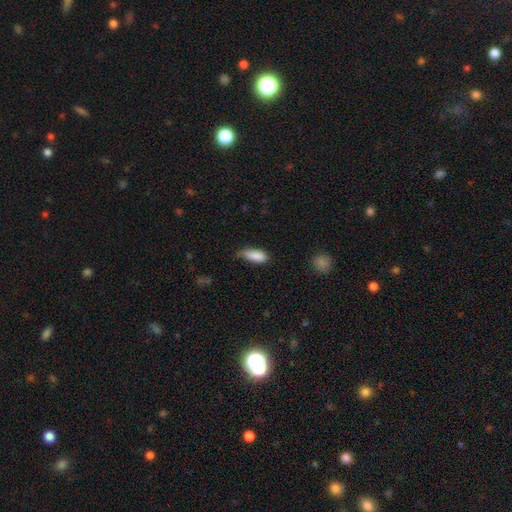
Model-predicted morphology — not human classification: A smooth galaxy with no disk features (87%) that is in between round and cigar-shaped (79%). Merging: none (48%).